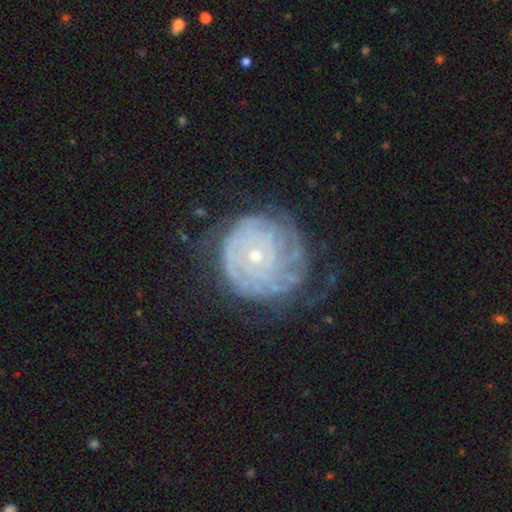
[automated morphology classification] A featured or disk galaxy (78%) with no bar (81%), tight (82%) spiral arms (87%) and a small central bulge (65%).

Vote fractions:
- Smooth or featured? featured or disk: 78% / smooth: 14% / star or artifact: 8%
- Edge-on disk? no: 97% / yes: 3%
- Bar? no: 81% / weak: 15% / strong: 4%
- Spiral arms? yes: 87% / no: 13%
- Spiral winding? tight: 82% / medium: 13% / loose: 5%
- Spiral arm count? can't tell: 53% / 4: 11% / 2: 11% / 3: 10% / more than 4: 9% / 1: 5%
- Bulge size? small: 65% / moderate: 31% / large: 2% / none: 1% / dominant: 1%
- Merging? none: 63% / minor disturbance: 22% / major disturbance: 14% / merger: 2%